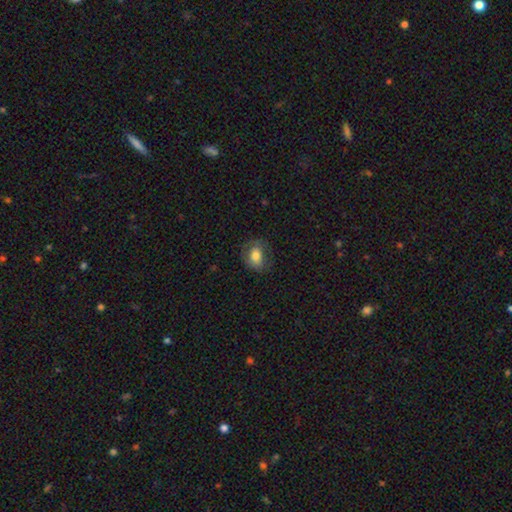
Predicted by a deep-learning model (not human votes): smooth_or_featured: smooth (p=0.72) [alt: featured or disk p=0.20]
how_rounded: in between (p=0.64) [alt: round p=0.35]
merging: none (p=0.67) [alt: minor disturbance p=0.21]